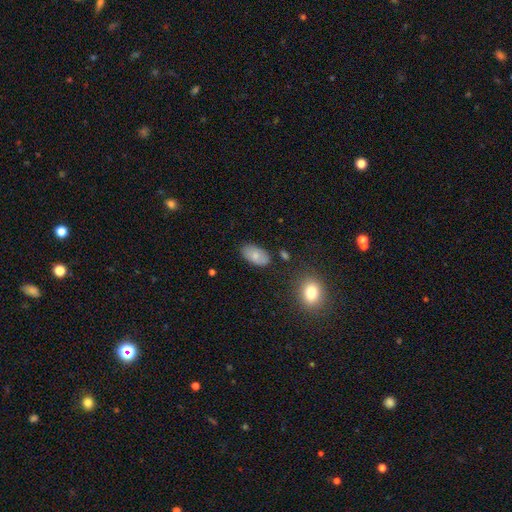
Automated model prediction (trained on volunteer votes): smooth 77%, featured or disk 15%, star or artifact 8%. Down the decision tree: how rounded — in between (93%); merging — none (77%).